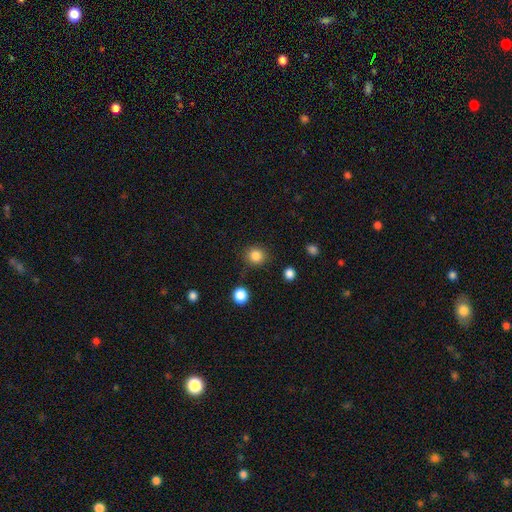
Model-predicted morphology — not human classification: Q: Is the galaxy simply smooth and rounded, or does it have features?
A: smooth — 84%.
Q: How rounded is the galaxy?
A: round — 87%.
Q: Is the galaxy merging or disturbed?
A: none — 85%.